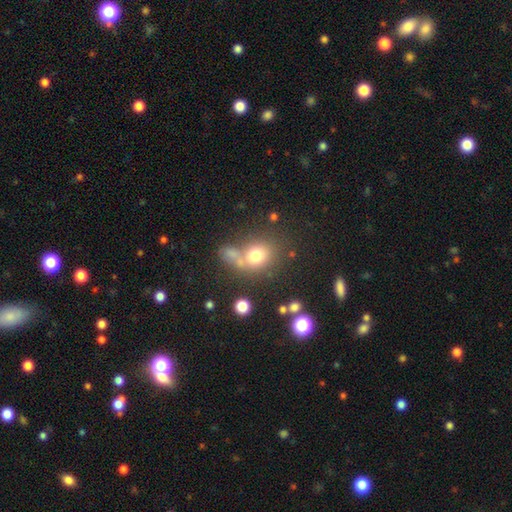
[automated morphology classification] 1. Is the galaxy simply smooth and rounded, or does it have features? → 72% smooth, 14% star or artifact, 13% featured or disk.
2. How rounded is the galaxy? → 65% round, 33% in between, 1% cigar-shaped.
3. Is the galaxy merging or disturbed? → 50% none, 27% merger, 14% minor disturbance, 9% major disturbance.